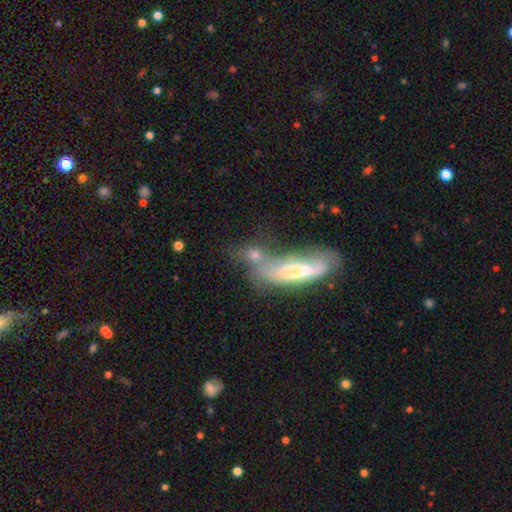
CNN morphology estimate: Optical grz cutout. It shows a smooth galaxy with no disk features (47%). Merging: merger (41%).